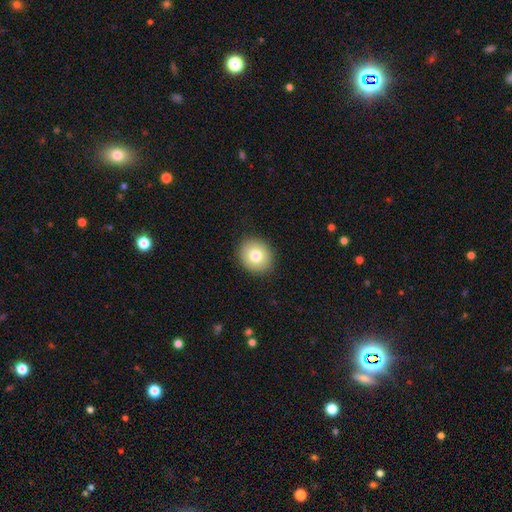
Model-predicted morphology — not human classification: Smooth or featured?
  - smooth: 79% *
  - featured or disk: 12%
  - star or artifact: 9%
How rounded?
  - round: 74% *
  - in between: 25%
  - cigar-shaped: 1%
Merging?
  - none: 91% *
  - minor disturbance: 7%
  - major disturbance: 2%
  - merger: 1%